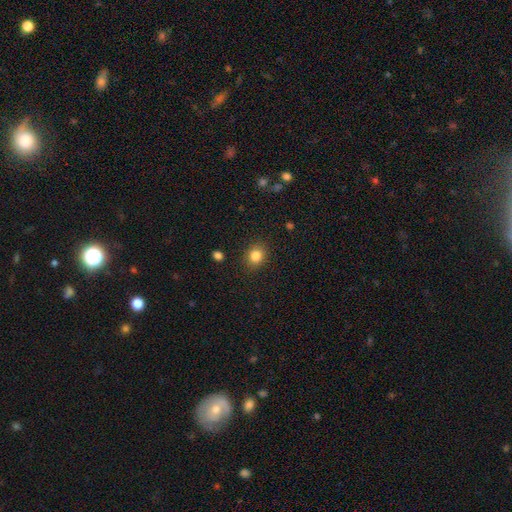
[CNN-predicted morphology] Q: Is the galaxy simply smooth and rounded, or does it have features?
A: smooth — 83%.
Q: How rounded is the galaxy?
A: round — 72%.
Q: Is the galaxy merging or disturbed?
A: none — 88%.